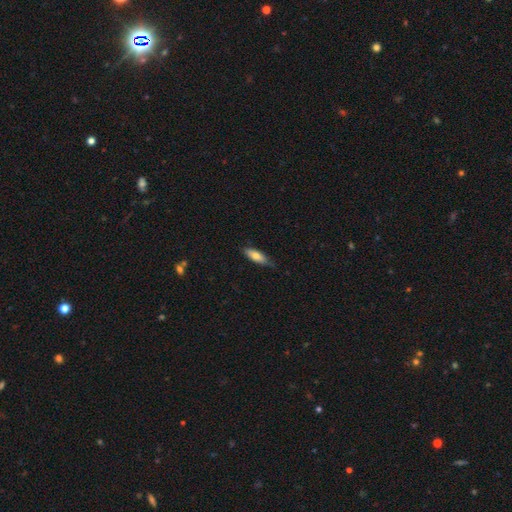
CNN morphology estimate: A smooth galaxy with no disk features (74%) that is in between round and cigar-shaped (55%). Merging: none (74%).